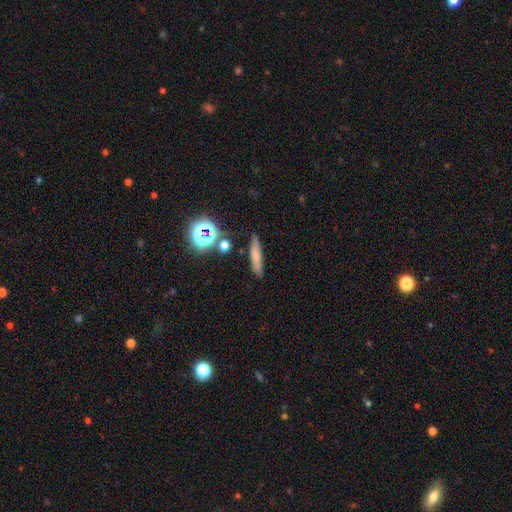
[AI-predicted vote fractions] The model was most divided on "smooth or featured": smooth: 64%, featured or disk: 21%, star or artifact: 15%. More confident: merging — none (81%); how rounded — cigar-shaped (79%).